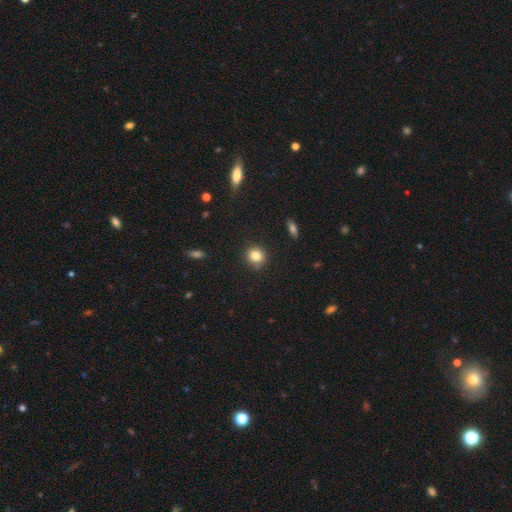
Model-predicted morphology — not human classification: The model was most divided on "how rounded": round: 84%, in between: 15%, cigar-shaped: 1%. More confident: merging — none (85%); smooth or featured — smooth (83%).